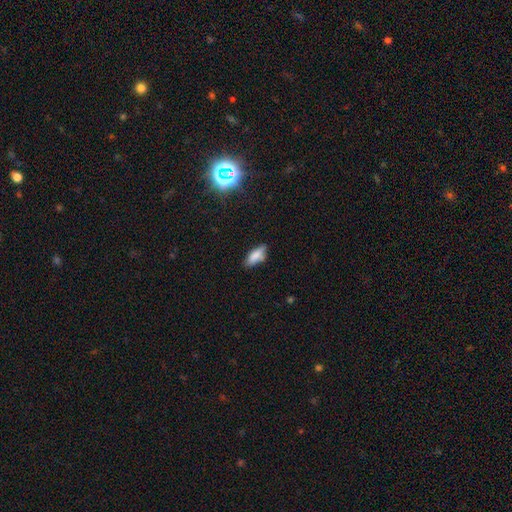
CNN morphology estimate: smooth-or-featured: smooth: 77% | featured or disk: 13% | star or artifact: 9%
  how-rounded: in between: 74% | cigar-shaped: 24% | round: 2%
  merging: none: 68% | minor disturbance: 24% | major disturbance: 5% | merger: 4%